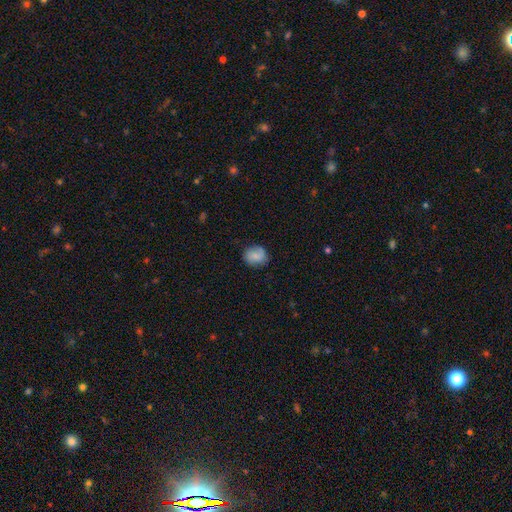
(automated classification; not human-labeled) Smooth or featured?
  - smooth: 76% *
  - featured or disk: 16%
  - star or artifact: 8%
How rounded?
  - round: 63% *
  - in between: 36%
  - cigar-shaped: 1%
Merging?
  - none: 74% *
  - minor disturbance: 20%
  - major disturbance: 5%
  - merger: 1%